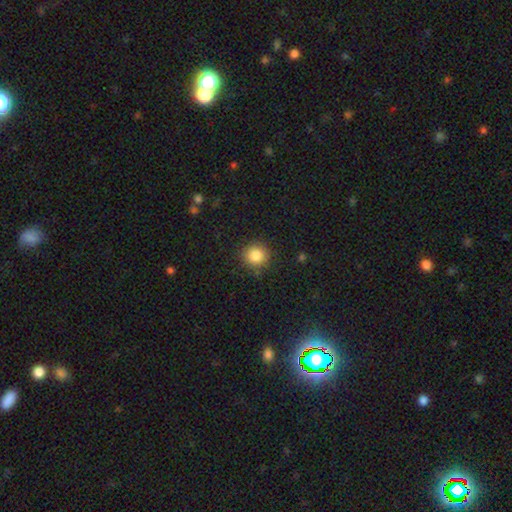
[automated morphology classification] Smooth or featured? smooth (85%)
How rounded? round (91%)
Merging? none (87%)